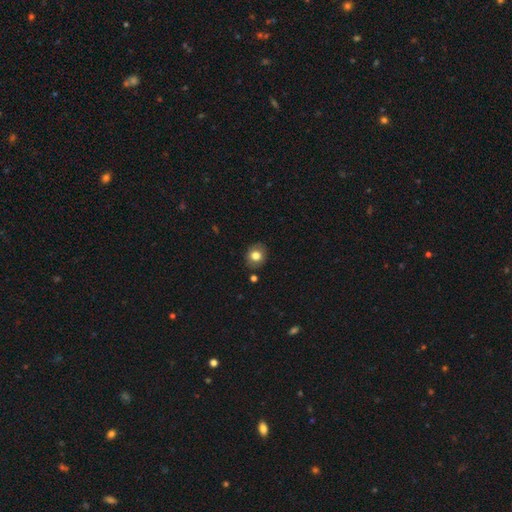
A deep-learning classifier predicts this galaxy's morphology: This appears to be a smooth galaxy with no disk features (78%) that is round (70%). Merging: none (86%).